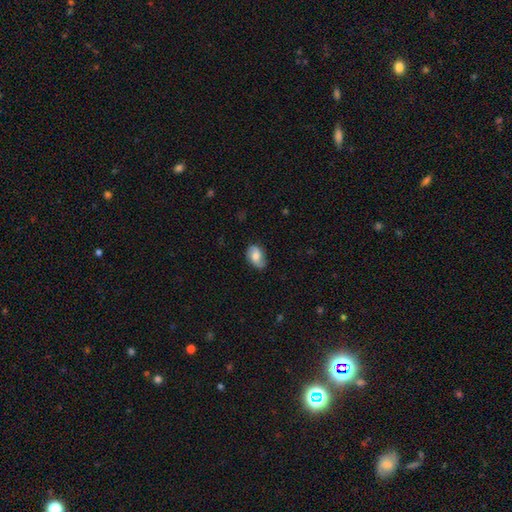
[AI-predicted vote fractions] Morphology: type=smooth (56%); roundness=in between (85%); merging=none (75%).